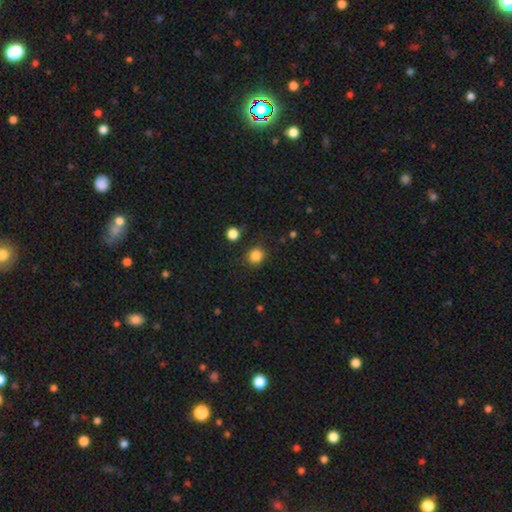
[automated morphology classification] This appears to be a smooth galaxy with no disk features (84%) that is round (87%). Merging: none (84%).